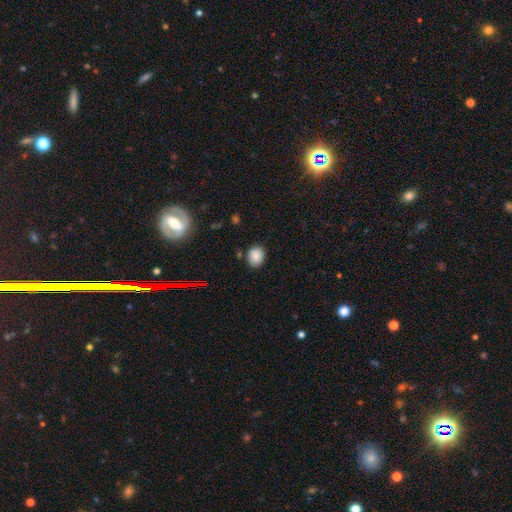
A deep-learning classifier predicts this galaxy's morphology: Q: Smooth or featured?
A: smooth (84%); runner-up: star or artifact (10%)
Q: How rounded?
A: in between (50%); runner-up: round (49%)
Q: Merging?
A: none (83%); runner-up: minor disturbance (12%)